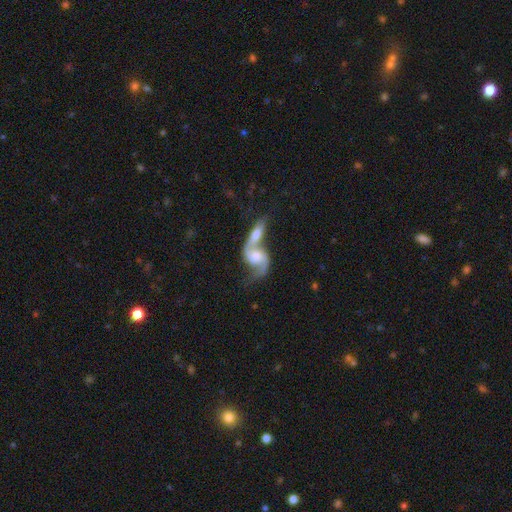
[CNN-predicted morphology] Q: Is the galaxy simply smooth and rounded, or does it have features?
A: featured or disk — 80%.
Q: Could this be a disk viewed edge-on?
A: no — 95%.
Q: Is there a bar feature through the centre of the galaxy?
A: no — 55%.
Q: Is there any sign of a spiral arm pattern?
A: yes — 93%.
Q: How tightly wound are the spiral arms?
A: loose — 60%.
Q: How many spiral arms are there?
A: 2 — 86%.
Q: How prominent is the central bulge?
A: moderate — 51%.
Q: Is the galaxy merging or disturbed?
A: merger — 68%.